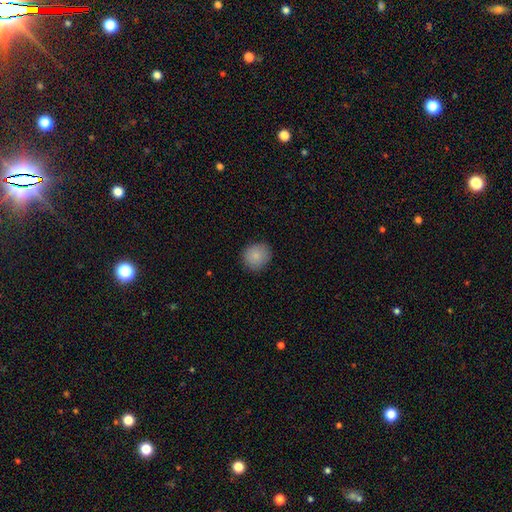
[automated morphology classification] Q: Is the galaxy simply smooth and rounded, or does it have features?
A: smooth — 86%.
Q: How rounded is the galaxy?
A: round — 84%.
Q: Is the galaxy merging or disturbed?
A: none — 87%.